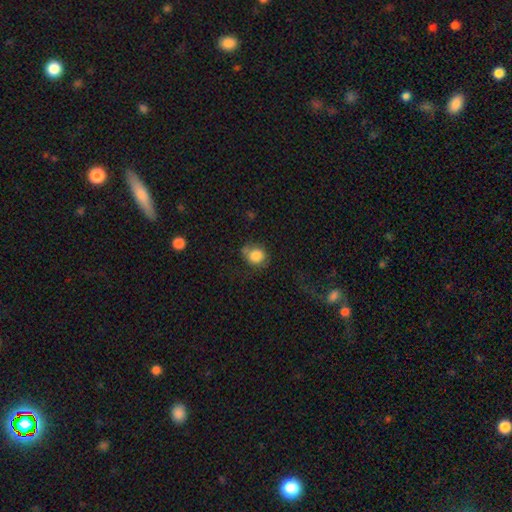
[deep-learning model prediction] This is clearly a smooth galaxy (84%). How rounded: clearly round (81%). Merging: possibly none (58%).